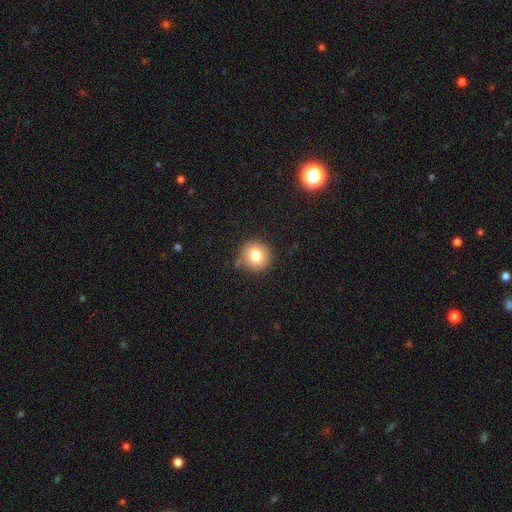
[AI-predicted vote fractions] Smooth or featured? smooth (79%)
How rounded? round (91%)
Merging? none (79%)